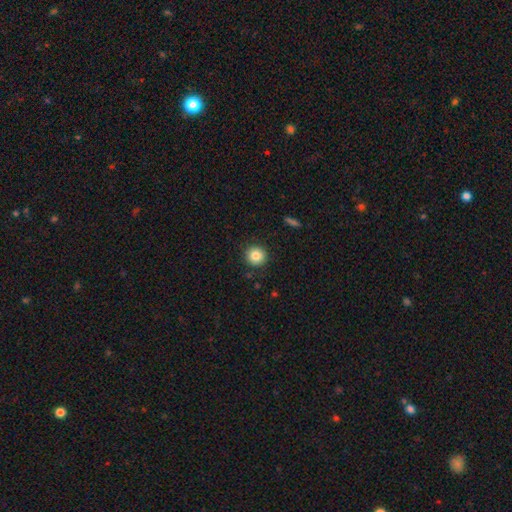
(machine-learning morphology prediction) smooth 84%, star or artifact 10%, featured or disk 6%. Down the decision tree: how rounded — round (93%); merging — none (90%).